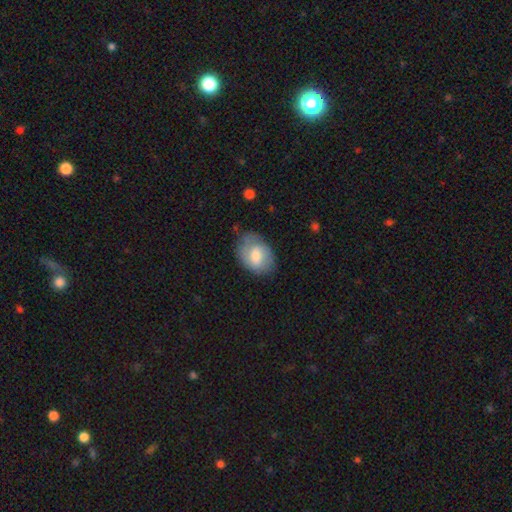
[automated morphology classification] Smooth or featured? Predicted: smooth (p=0.56). How rounded? Predicted: in between (p=0.74). Merging? Predicted: none (p=0.66).